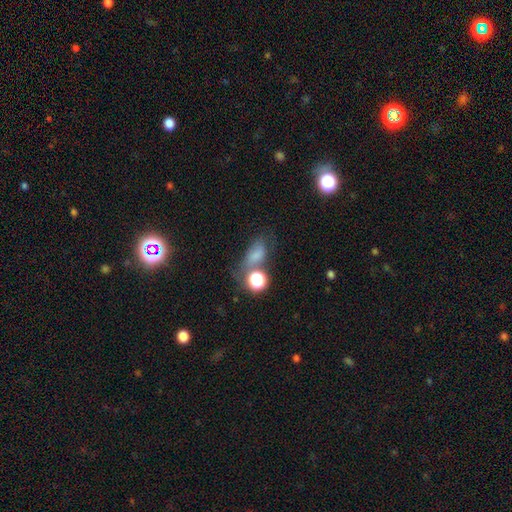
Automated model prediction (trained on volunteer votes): Smooth or featured? Predicted: smooth (p=0.67). How rounded? Predicted: in between (p=0.71). Merging? Predicted: none (p=0.41).